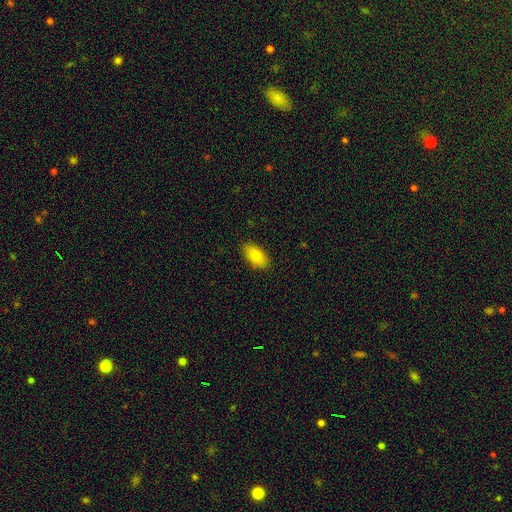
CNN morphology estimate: Q: Smooth or featured?
A: smooth (81%); runner-up: featured or disk (12%)
Q: How rounded?
A: in between (92%); runner-up: round (4%)
Q: Merging?
A: none (88%); runner-up: minor disturbance (9%)